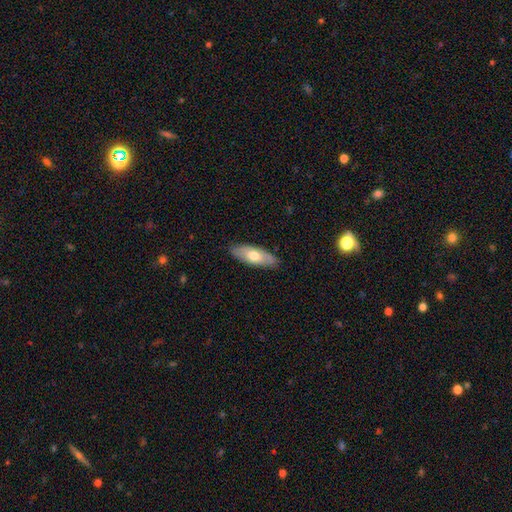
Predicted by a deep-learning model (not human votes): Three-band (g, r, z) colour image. It shows a smooth galaxy with no disk features (53%) that is in between round and cigar-shaped (64%). Merging: none (87%).